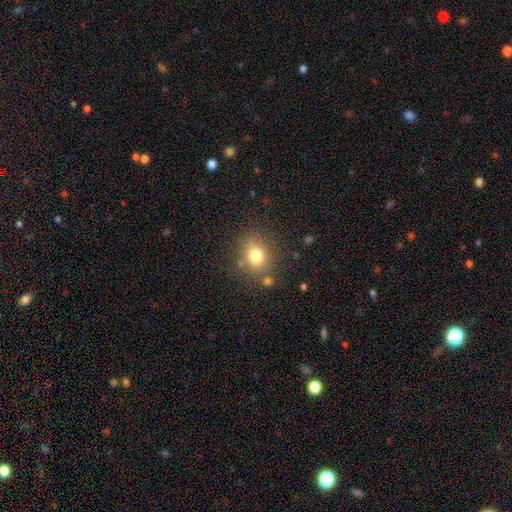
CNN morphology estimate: Smooth or featured? Predicted: smooth (p=0.77). How rounded? Predicted: round (p=0.52). Merging? Predicted: none (p=0.74).